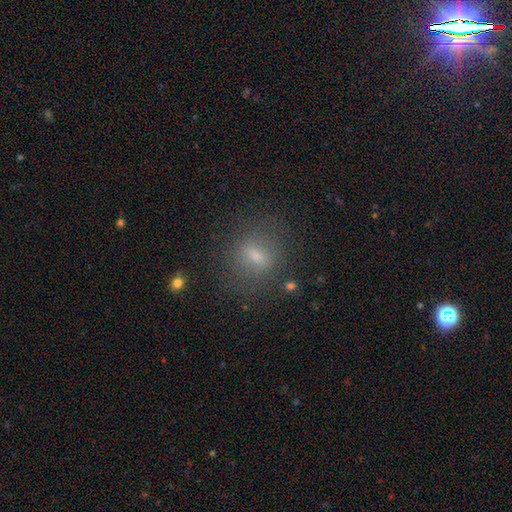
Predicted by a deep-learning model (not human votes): smooth 62%, featured or disk 23%, star or artifact 15%. Down the decision tree: how rounded — round (46%); merging — none (77%).